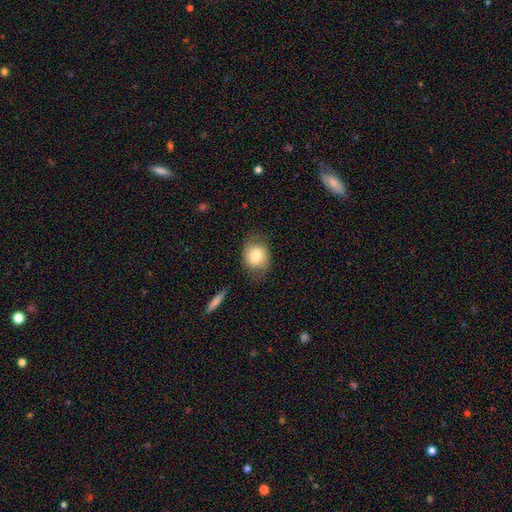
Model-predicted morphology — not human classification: A smooth galaxy with no disk features (71%) that is round (53%).

Vote fractions:
- Smooth or featured? smooth: 71% / featured or disk: 22% / star or artifact: 7%
- How rounded? round: 53% / in between: 46% / cigar-shaped: 1%
- Merging? none: 68% / minor disturbance: 22% / major disturbance: 8% / merger: 2%